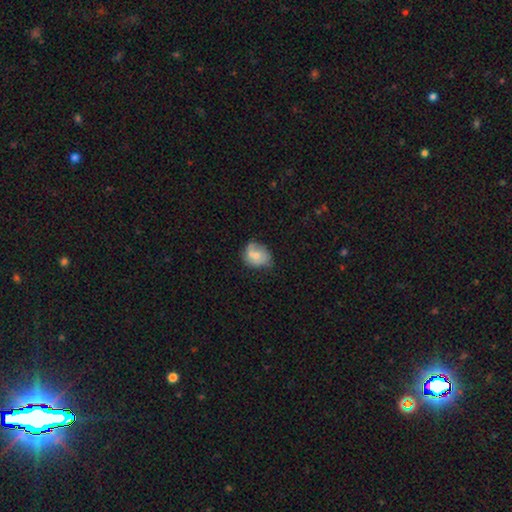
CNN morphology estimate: Smooth or featured?
  - smooth: 59% *
  - featured or disk: 33%
  - star or artifact: 8%
How rounded?
  - round: 53% *
  - in between: 46%
  - cigar-shaped: 1%
Merging?
  - none: 42% *
  - minor disturbance: 30%
  - merger: 18%
  - major disturbance: 11%